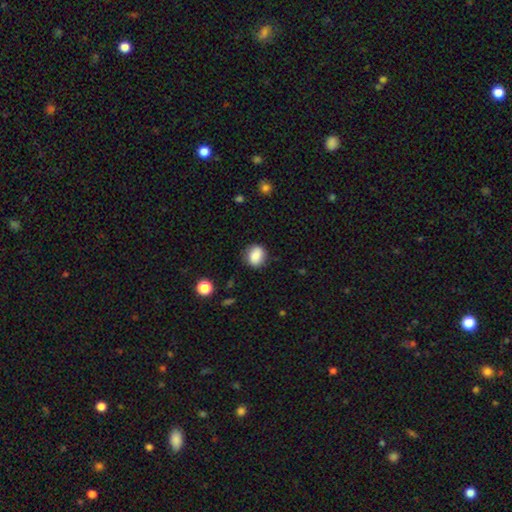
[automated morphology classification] smooth_or_featured: smooth (p=0.84) [alt: star or artifact p=0.09]
how_rounded: round (p=0.61) [alt: in between p=0.38]
merging: none (p=0.80) [alt: minor disturbance p=0.15]